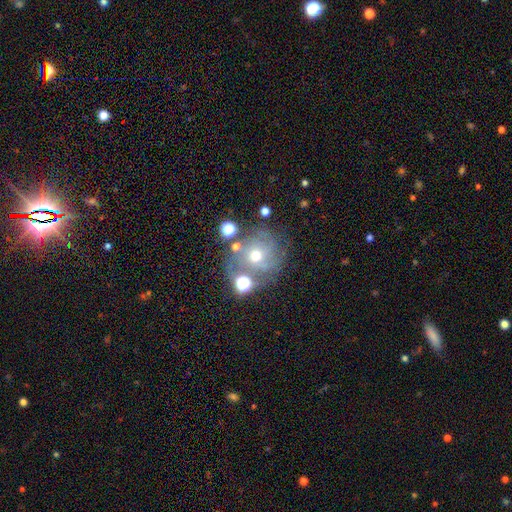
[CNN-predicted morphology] Smooth or featured: featured or disk — 57% (smooth — 26%)
Edge-on disk: no — 97% (yes — 3%)
Bar: no — 77% (weak — 18%)
Spiral arms: yes — 78% (no — 22%)
Bulge size: moderate — 59% (small — 33%)
Merging: none — 63% (minor disturbance — 16%)